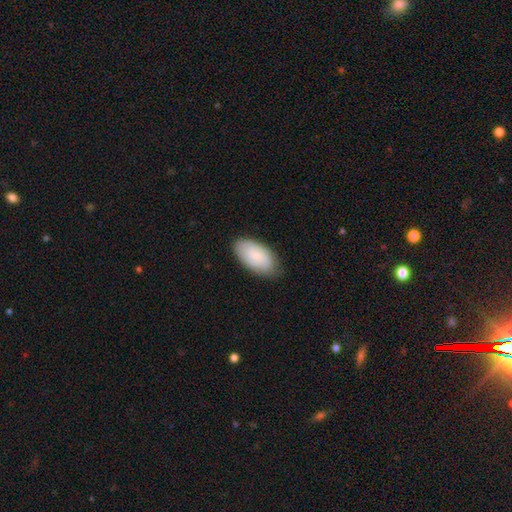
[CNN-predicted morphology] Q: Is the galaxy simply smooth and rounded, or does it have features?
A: smooth — 80%.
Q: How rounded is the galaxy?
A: in between — 95%.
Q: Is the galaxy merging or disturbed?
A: none — 79%.